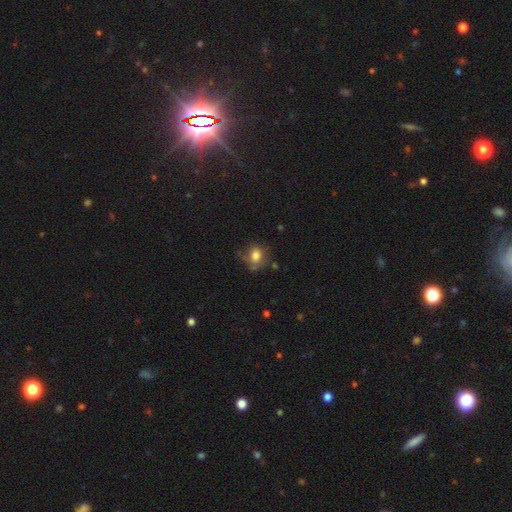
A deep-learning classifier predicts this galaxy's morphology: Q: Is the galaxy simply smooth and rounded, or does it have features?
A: smooth — 78%.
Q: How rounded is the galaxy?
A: round — 54%.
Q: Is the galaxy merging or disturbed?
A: none — 63%.